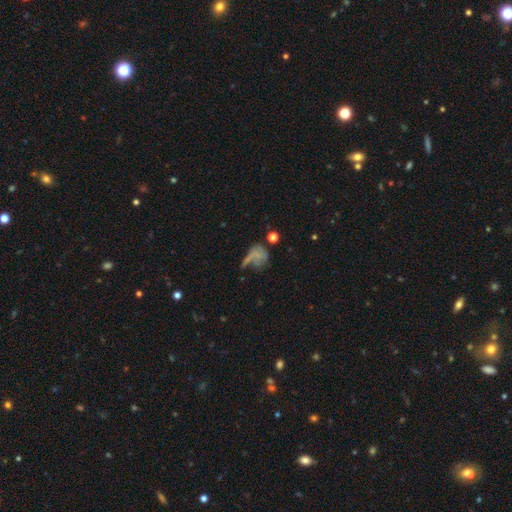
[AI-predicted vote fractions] Overall: smooth (48%; featured or disk 33%). Merging: major disturbance (36%; none 31%).